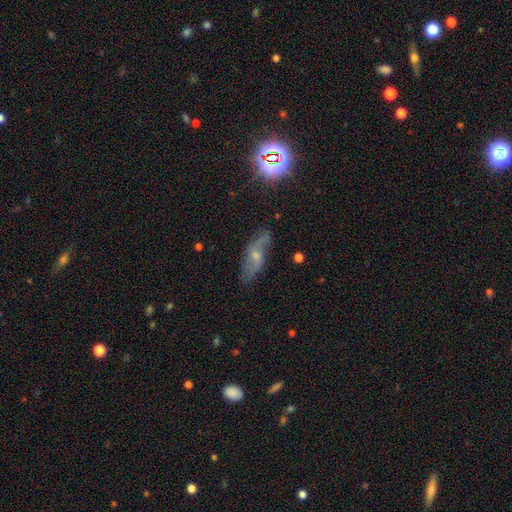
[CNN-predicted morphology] This is possibly a featured or disk galaxy (57%). It is likely not viewed edge-on (77%). Merging: likely none (65%).